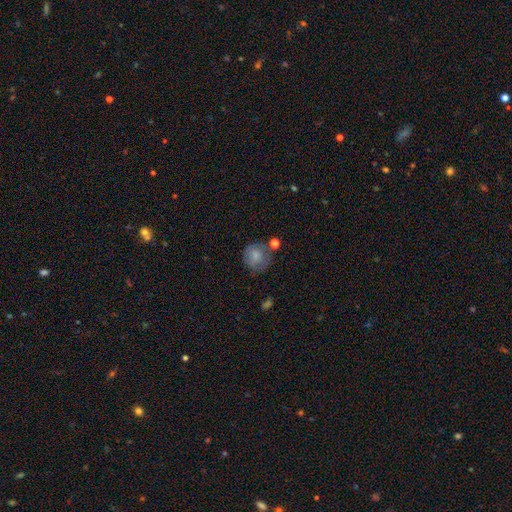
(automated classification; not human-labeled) smooth-or-featured: smooth: 71% | featured or disk: 20% | star or artifact: 9%
  how-rounded: round: 84% | in between: 15% | cigar-shaped: 1%
  merging: none: 56% | minor disturbance: 23% | major disturbance: 12% | merger: 9%